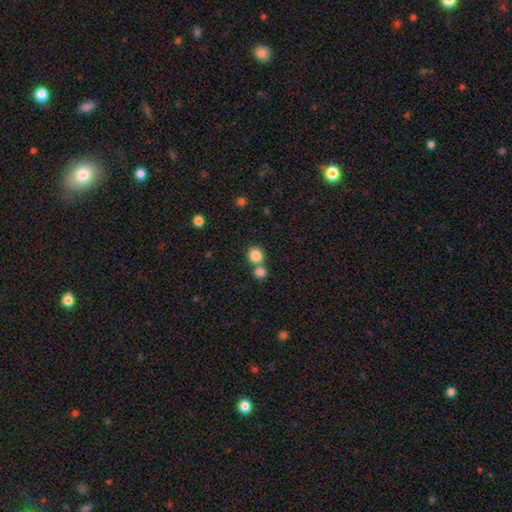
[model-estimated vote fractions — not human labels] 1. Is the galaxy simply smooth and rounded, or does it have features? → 84% smooth, 10% star or artifact, 6% featured or disk.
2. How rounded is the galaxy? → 85% round, 14% in between, 1% cigar-shaped.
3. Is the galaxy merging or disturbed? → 53% none, 38% merger, 7% minor disturbance, 3% major disturbance.